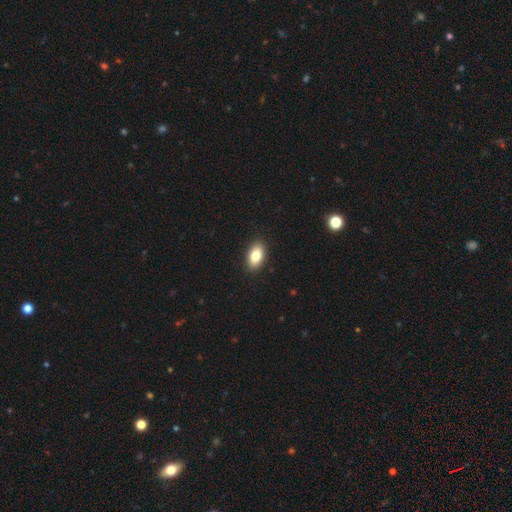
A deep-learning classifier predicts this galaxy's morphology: Smooth or featured? smooth (82%)
How rounded? in between (91%)
Merging? none (90%)